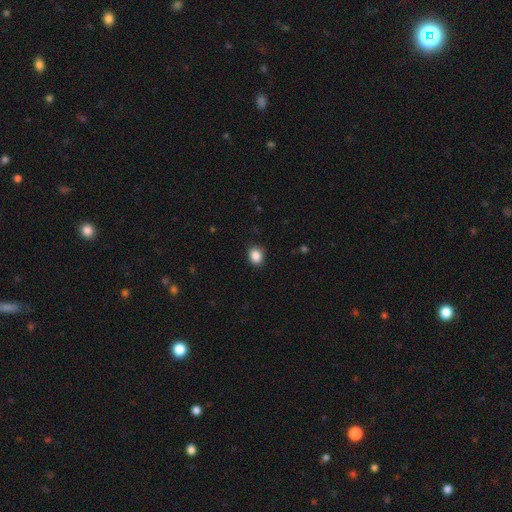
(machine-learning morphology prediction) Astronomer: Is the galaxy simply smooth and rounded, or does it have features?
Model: smooth — 88%.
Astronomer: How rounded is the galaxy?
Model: round — 54% (runner-up: in between, 45%).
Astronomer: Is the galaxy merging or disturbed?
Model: none — 86%.